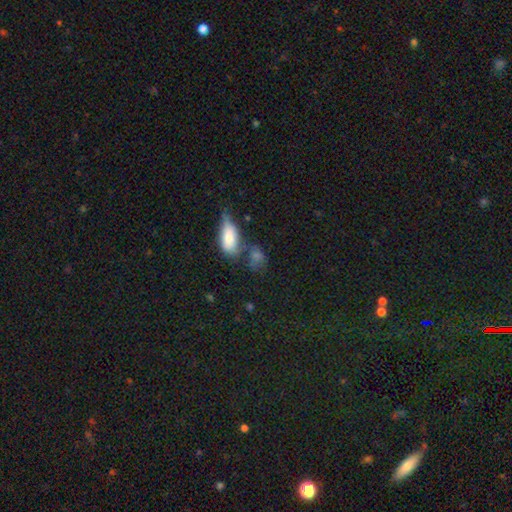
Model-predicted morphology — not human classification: The model was most divided on "merging": none: 44%, merger: 28%, minor disturbance: 19%, major disturbance: 9%. More confident: smooth or featured — smooth (70%); how rounded — in between (68%).